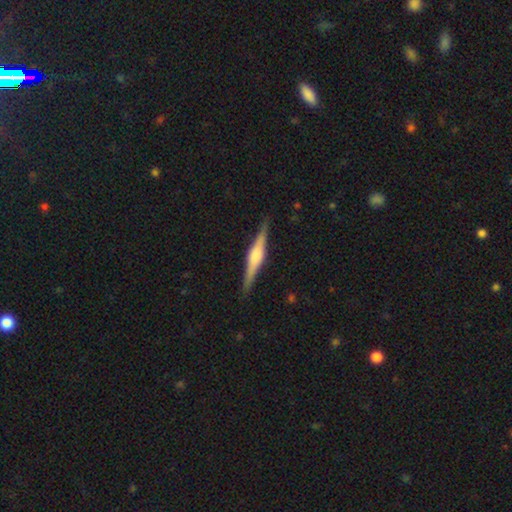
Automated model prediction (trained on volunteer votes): Overall: featured or disk (72%). Edge-on disk: yes (98%). Edge-on bulge: rounded (67%). Merging: none (89%).